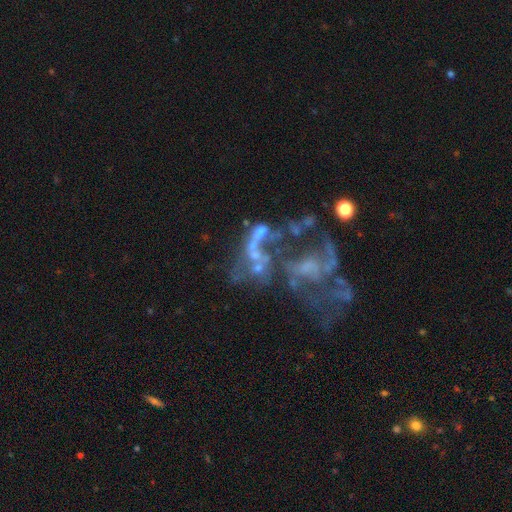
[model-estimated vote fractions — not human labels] Smooth or featured: featured or disk — 65% (star or artifact — 21%)
Edge-on disk: no — 97% (yes — 3%)
Bar: no — 78% (weak — 16%)
Spiral arms: no — 70% (yes — 30%)
Bulge size: none — 62% (small — 21%)
Merging: major disturbance — 35% (merger — 33%)